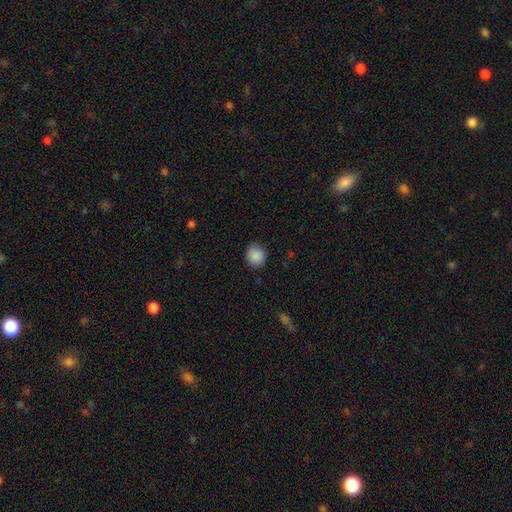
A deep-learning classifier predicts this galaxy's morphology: Smooth or featured? smooth (89%)
How rounded? round (81%)
Merging? none (85%)